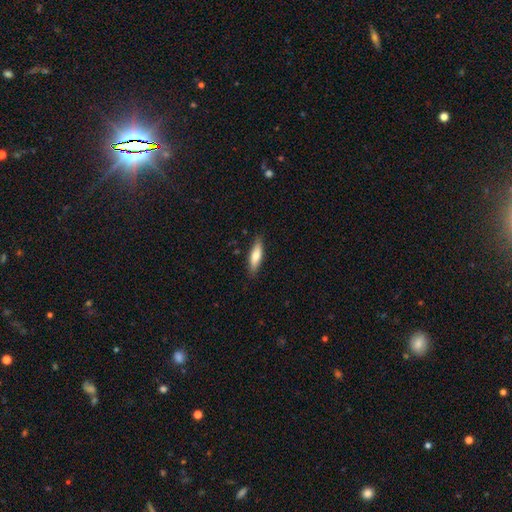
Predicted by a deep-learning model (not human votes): The model was most divided on "how rounded": cigar-shaped: 57%, in between: 41%, round: 2%. More confident: merging — none (85%); smooth or featured — smooth (73%).